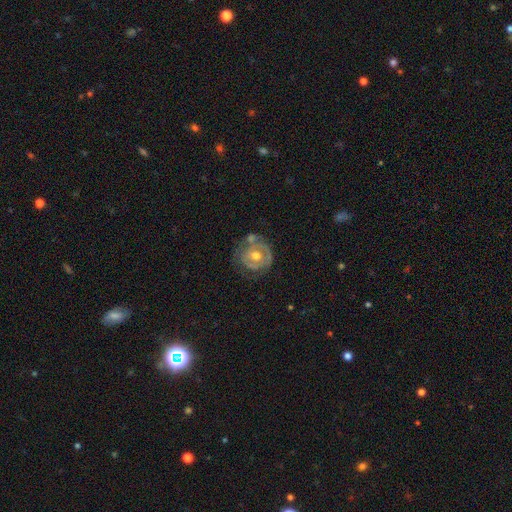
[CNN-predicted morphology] type=featured or disk (68%); edge-on=no (97%); bar=no (67%); spiral arms=yes (55%); bulge=moderate (78%); merging=none (53%).